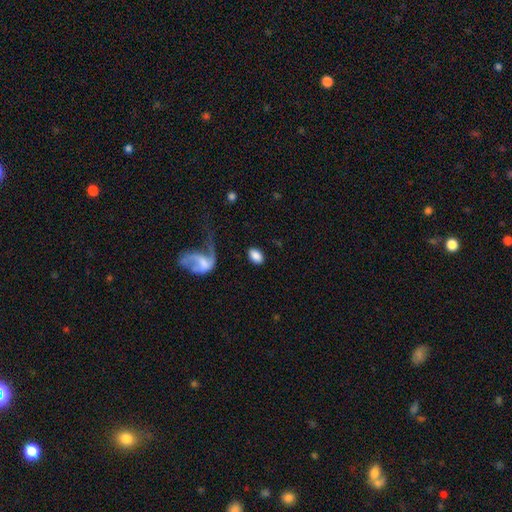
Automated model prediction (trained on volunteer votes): Morphology: type=smooth (82%); roundness=in between (89%); merging=none (75%).